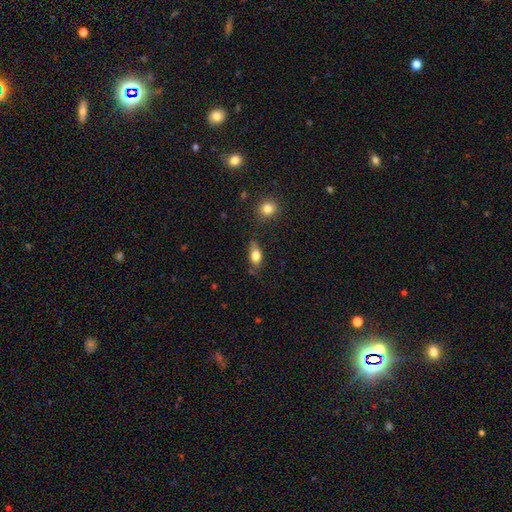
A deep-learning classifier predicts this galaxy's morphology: type=smooth (79%); roundness=in between (84%); merging=none (67%).